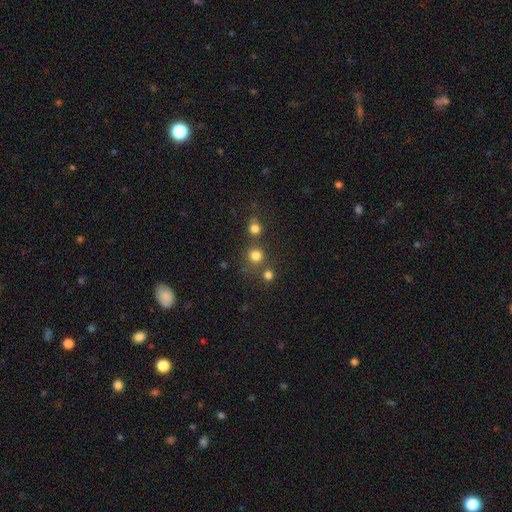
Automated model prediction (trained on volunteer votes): A smooth galaxy with no disk features (77%) that is round (90%). Merging: none (70%).